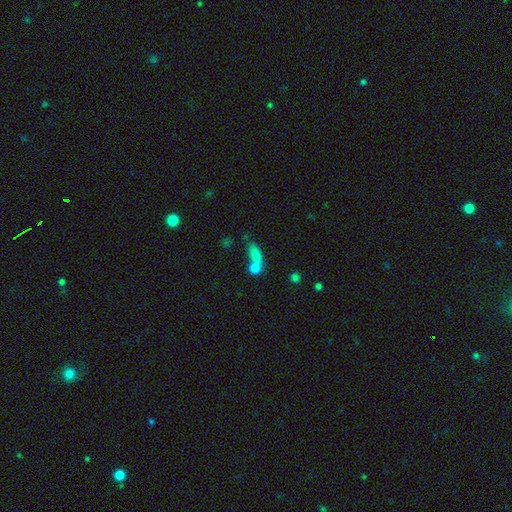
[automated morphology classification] A smooth galaxy with no disk features (74%) that is in between round and cigar-shaped (58%).

Vote fractions:
- Smooth or featured? smooth: 74% / featured or disk: 14% / star or artifact: 13%
- How rounded? in between: 58% / round: 29% / cigar-shaped: 13%
- Merging? merger: 51% / none: 28% / major disturbance: 11% / minor disturbance: 10%